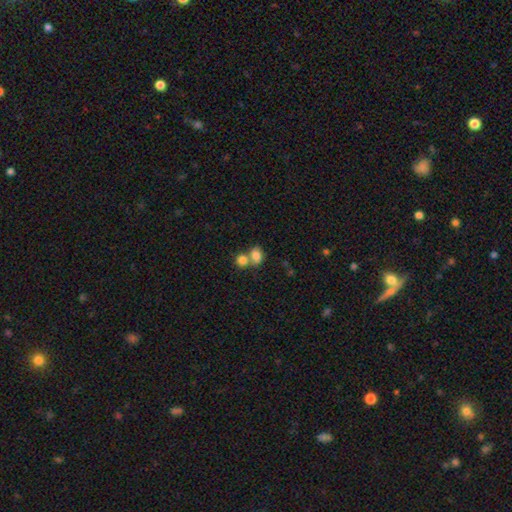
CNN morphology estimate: This appears to be a smooth galaxy with no disk features (80%) that is in between round and cigar-shaped (58%). Merging: merger (57%).